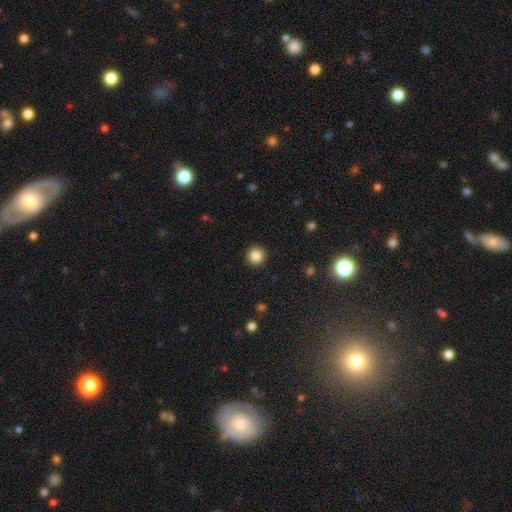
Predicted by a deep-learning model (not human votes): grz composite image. It shows a smooth galaxy with no disk features (85%) that is round (95%). Merging: none (92%).